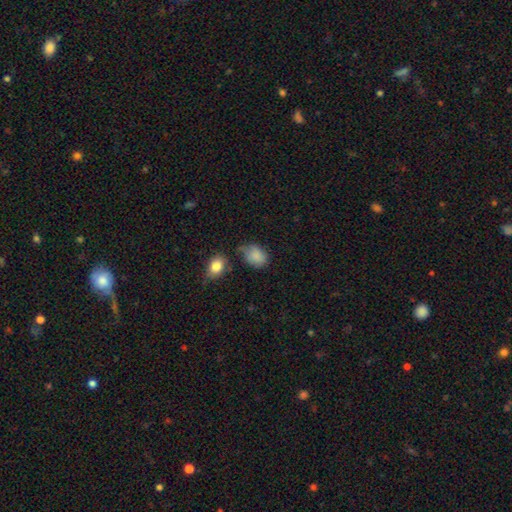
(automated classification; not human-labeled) Smooth or featured?
  - smooth: 84% *
  - star or artifact: 9%
  - featured or disk: 7%
How rounded?
  - in between: 69% *
  - round: 30%
  - cigar-shaped: 1%
Merging?
  - none: 50% *
  - minor disturbance: 33%
  - major disturbance: 10%
  - merger: 6%